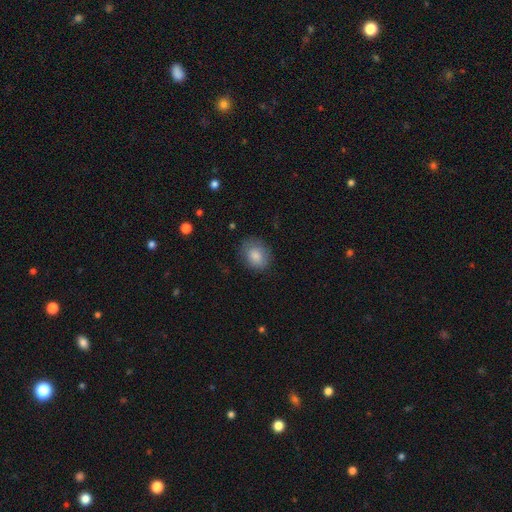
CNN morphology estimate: type=smooth (84%); roundness=in between (54%); merging=none (76%).